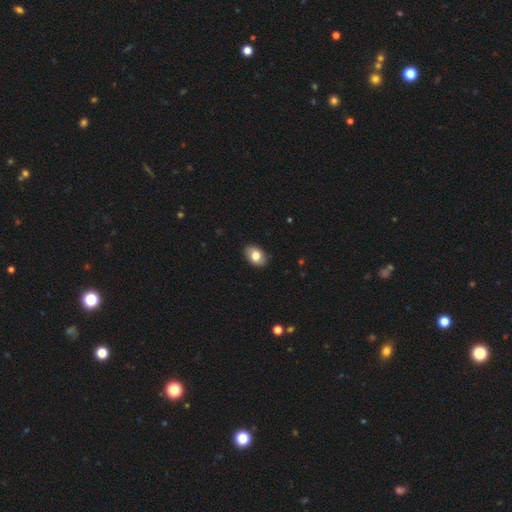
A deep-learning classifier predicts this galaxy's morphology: smooth-or-featured: smooth: 81% | featured or disk: 12% | star or artifact: 7%
  how-rounded: in between: 84% | round: 15% | cigar-shaped: 1%
  merging: none: 87% | minor disturbance: 10% | major disturbance: 2% | merger: 1%